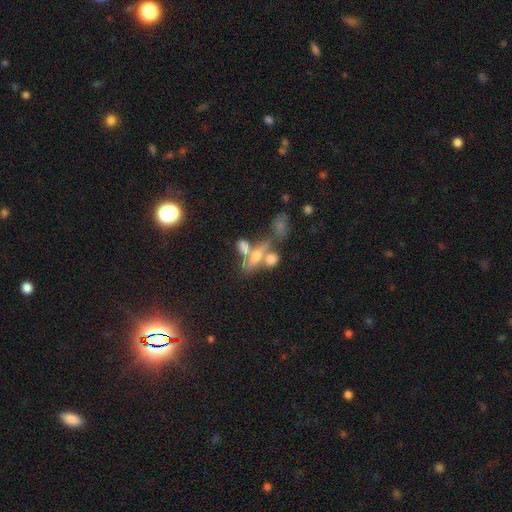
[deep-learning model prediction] Smooth or featured? smooth (52%)
How rounded? in between (63%)
Merging? merger (49%)